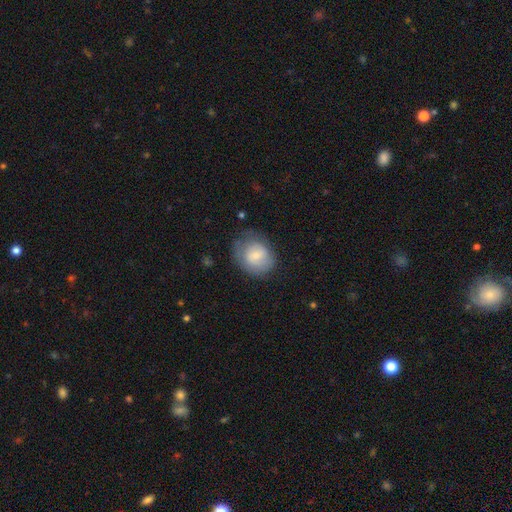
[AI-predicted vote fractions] The model was most divided on "how rounded": round: 61%, in between: 38%, cigar-shaped: 1%. More confident: smooth or featured — smooth (68%); merging — none (56%).